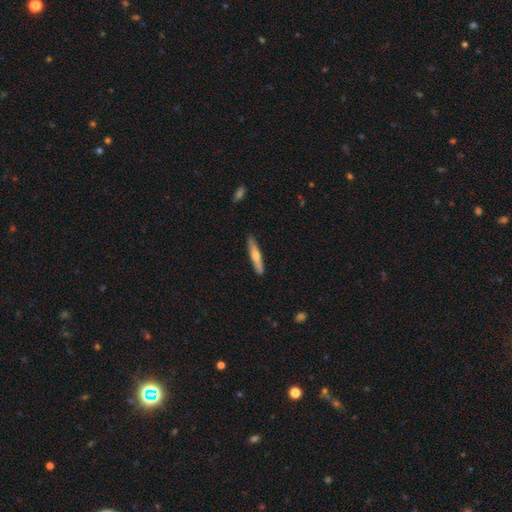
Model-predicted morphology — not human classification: type=smooth (48%); merging=none (89%).